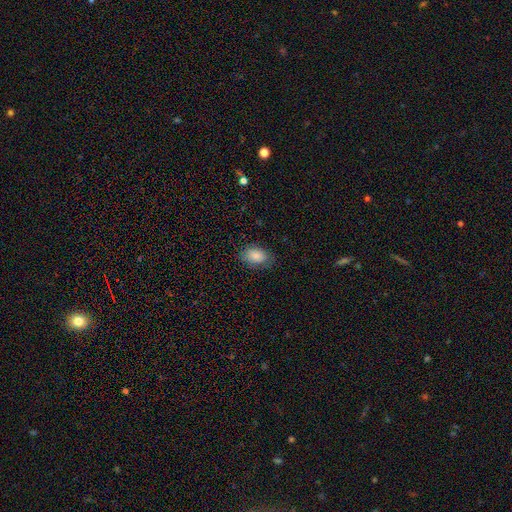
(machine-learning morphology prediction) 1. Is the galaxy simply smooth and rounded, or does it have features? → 83% smooth, 9% featured or disk, 8% star or artifact.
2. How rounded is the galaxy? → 87% in between, 11% round, 1% cigar-shaped.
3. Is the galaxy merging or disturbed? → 76% none, 18% minor disturbance, 5% major disturbance, 1% merger.